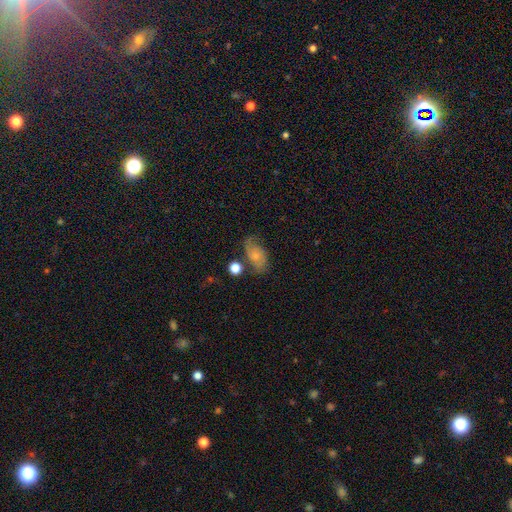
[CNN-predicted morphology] Smooth or featured? Predicted: smooth (p=0.57). How rounded? Predicted: in between (p=0.85). Merging? Predicted: none (p=0.53).